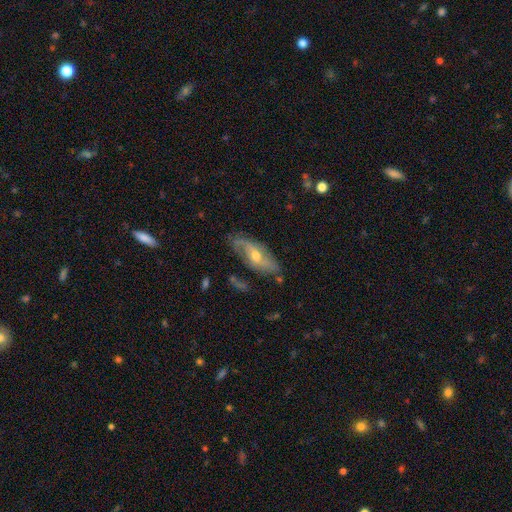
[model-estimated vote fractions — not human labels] Q: Smooth or featured?
A: featured or disk (68%); runner-up: smooth (26%)
Q: Edge-on disk?
A: no (79%); runner-up: yes (21%)
Q: Bar?
A: no (46%); runner-up: weak (38%)
Q: Spiral arms?
A: yes (79%); runner-up: no (21%)
Q: Bulge size?
A: moderate (62%); runner-up: small (33%)
Q: Merging?
A: none (71%); runner-up: minor disturbance (21%)